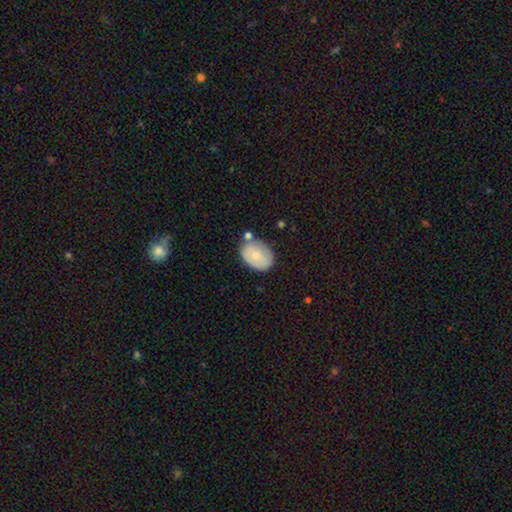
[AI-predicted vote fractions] Smooth or featured?
  - smooth: 71% *
  - featured or disk: 23%
  - star or artifact: 6%
How rounded?
  - in between: 77% *
  - round: 22%
  - cigar-shaped: 1%
Merging?
  - none: 67% *
  - minor disturbance: 20%
  - merger: 8%
  - major disturbance: 4%